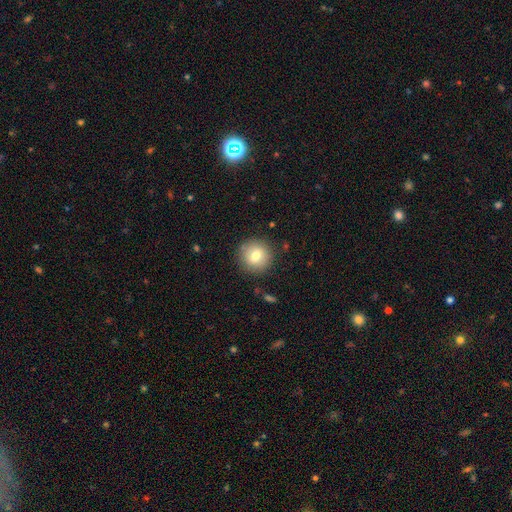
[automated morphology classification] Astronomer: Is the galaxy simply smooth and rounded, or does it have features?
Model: smooth — 77%.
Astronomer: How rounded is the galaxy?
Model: round — 93%.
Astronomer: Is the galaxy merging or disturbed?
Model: none — 87%.